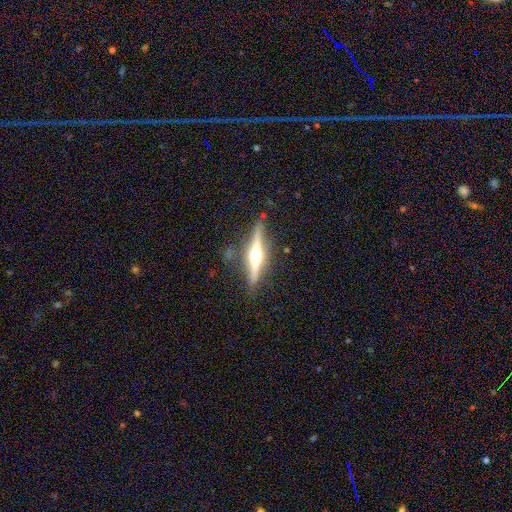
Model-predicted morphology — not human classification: This appears to be a featured or disk galaxy (79%) viewed edge-on (97%) with a rounded central bulge (94%). Merging: none (85%).